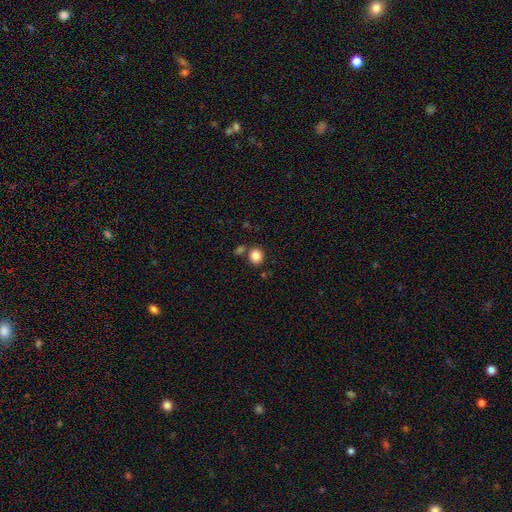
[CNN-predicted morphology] Smooth or featured? smooth (86%)
How rounded? round (81%)
Merging? none (75%)